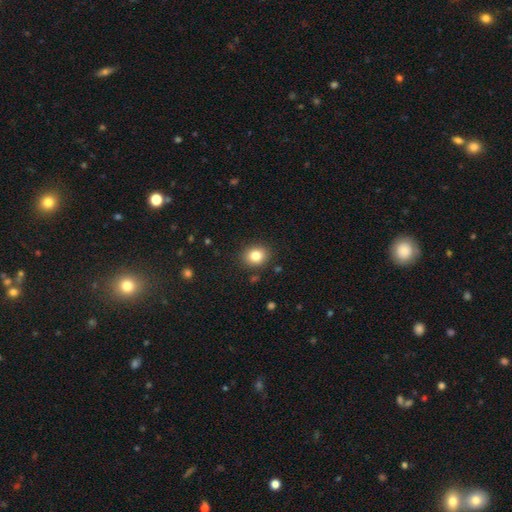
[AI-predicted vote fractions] A smooth galaxy with no disk features (82%) that is round (63%). Merging: none (89%).